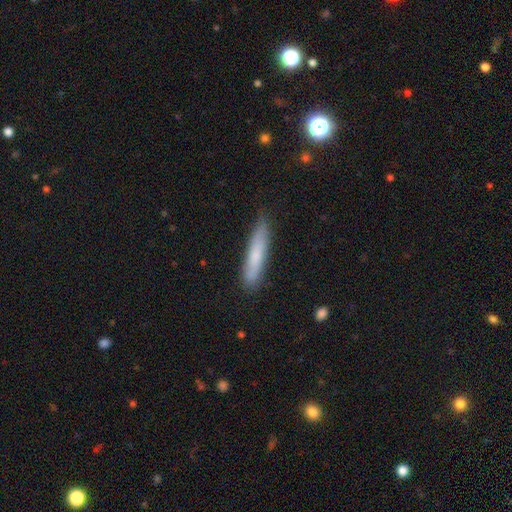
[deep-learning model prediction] Smooth or featured?
  - smooth: 71% *
  - featured or disk: 23%
  - star or artifact: 6%
How rounded?
  - cigar-shaped: 88% *
  - in between: 10%
  - round: 1%
Merging?
  - none: 80% *
  - minor disturbance: 16%
  - major disturbance: 3%
  - merger: 1%